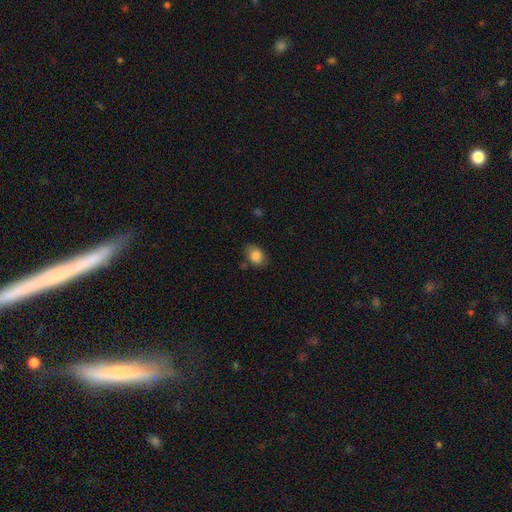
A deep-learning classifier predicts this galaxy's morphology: Smooth or featured: smooth — 84% (star or artifact — 8%)
How rounded: in between — 77% (round — 22%)
Merging: none — 72% (minor disturbance — 20%)